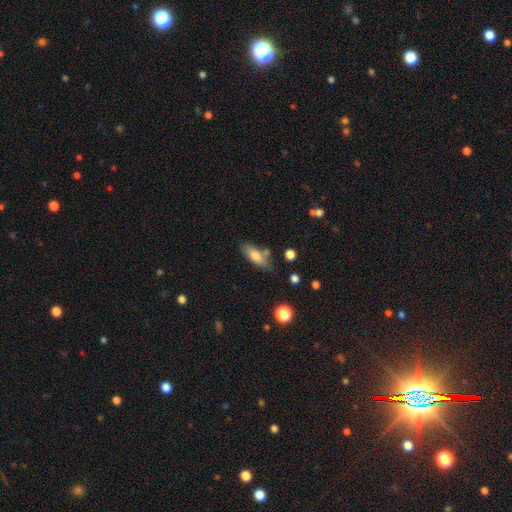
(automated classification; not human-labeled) Smooth or featured? smooth (75%)
How rounded? in between (70%)
Merging? none (66%)